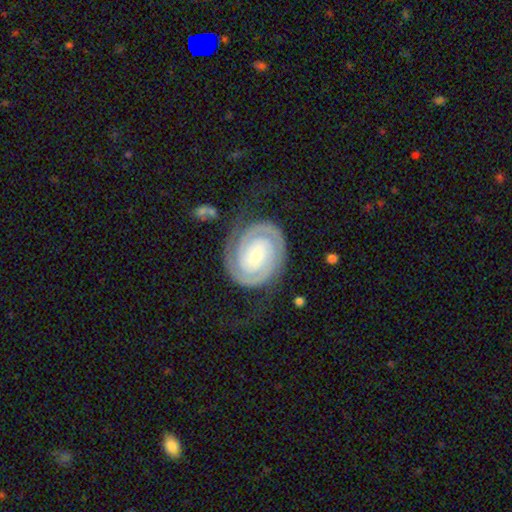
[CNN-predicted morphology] Smooth or featured?
  - featured or disk: 89% *
  - smooth: 7%
  - star or artifact: 4%
Edge-on disk?
  - no: 98% *
  - yes: 2%
Bar?
  - no: 61% *
  - weak: 26%
  - strong: 13%
Spiral arms?
  - yes: 98% *
  - no: 2%
Spiral winding?
  - tight: 80% *
  - medium: 17%
  - loose: 4%
Spiral arm count?
  - 2: 84% *
  - can't tell: 6%
  - 3: 4%
  - 1: 3%
  - 4: 2%
  - more than 4: 2%
Bulge size?
  - small: 71% *
  - moderate: 22%
  - large: 3%
  - none: 3%
  - dominant: 1%
Merging?
  - none: 74% *
  - minor disturbance: 15%
  - major disturbance: 9%
  - merger: 2%